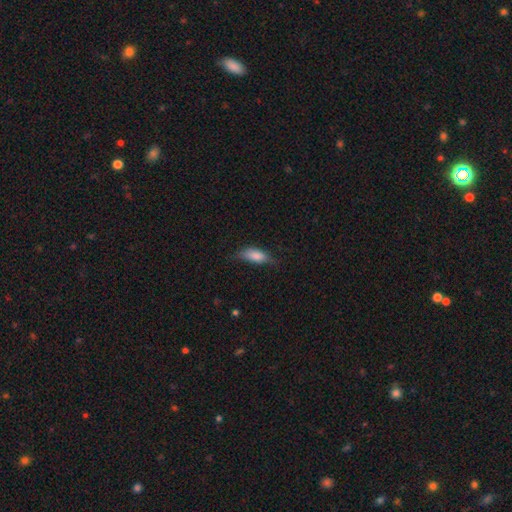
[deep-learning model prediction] A smooth galaxy with no disk features (80%) that is in between round and cigar-shaped (76%).

Vote fractions:
- Smooth or featured? smooth: 80% / featured or disk: 12% / star or artifact: 7%
- How rounded? in between: 76% / cigar-shaped: 21% / round: 3%
- Merging? none: 53% / minor disturbance: 34% / major disturbance: 12% / merger: 2%